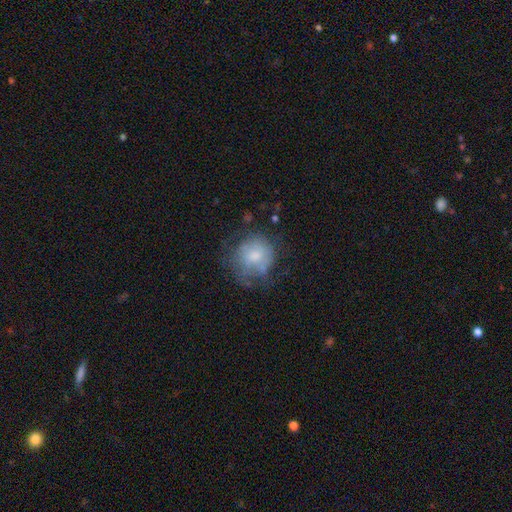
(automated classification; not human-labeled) Q: Smooth or featured?
A: smooth (59%); runner-up: featured or disk (32%)
Q: How rounded?
A: round (81%); runner-up: in between (18%)
Q: Merging?
A: none (49%); runner-up: minor disturbance (27%)